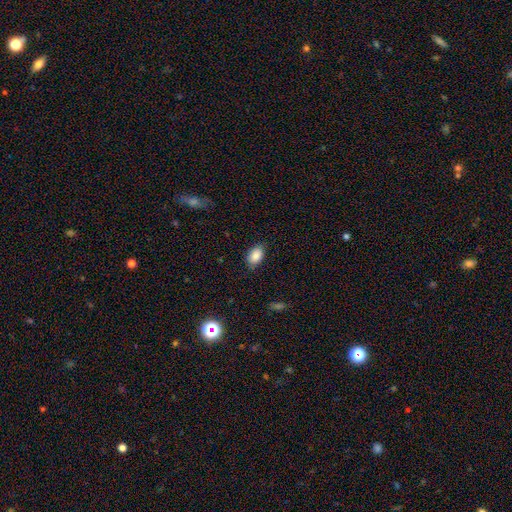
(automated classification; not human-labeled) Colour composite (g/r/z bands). It shows a smooth galaxy with no disk features (87%) that is in between round and cigar-shaped (84%). Merging: none (83%).